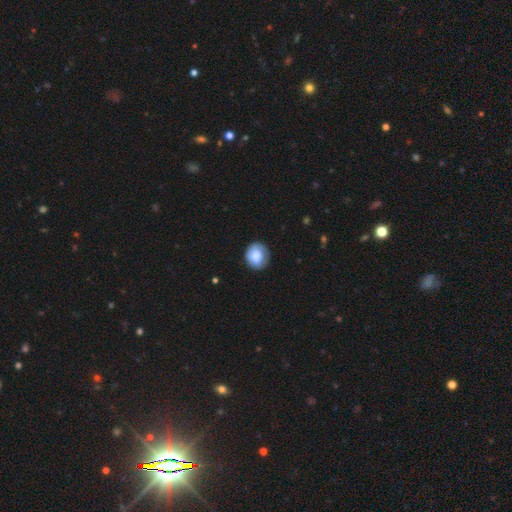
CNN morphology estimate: Q: Smooth or featured?
A: smooth (79%); runner-up: featured or disk (14%)
Q: How rounded?
A: round (80%); runner-up: in between (19%)
Q: Merging?
A: none (73%); runner-up: minor disturbance (20%)